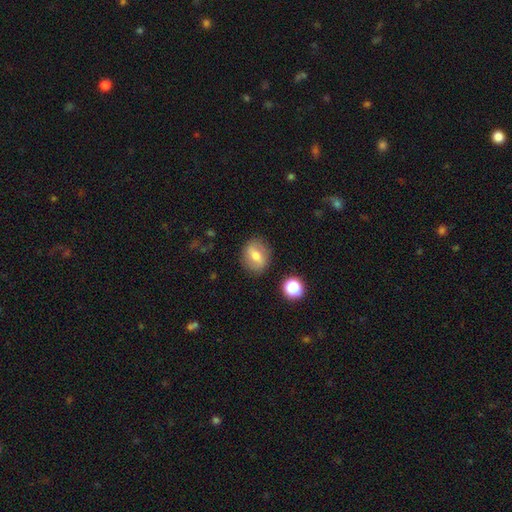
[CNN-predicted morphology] Smooth or featured: smooth — 55% (featured or disk — 35%)
How rounded: round — 55% (in between — 43%)
Merging: none — 83% (minor disturbance — 11%)